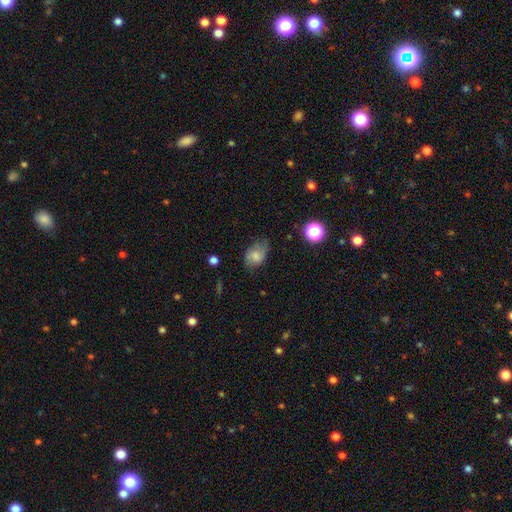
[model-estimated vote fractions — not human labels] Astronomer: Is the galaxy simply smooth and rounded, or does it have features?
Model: smooth — 69%.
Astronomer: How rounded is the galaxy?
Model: in between — 79%.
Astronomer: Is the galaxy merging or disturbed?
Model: none — 61%.